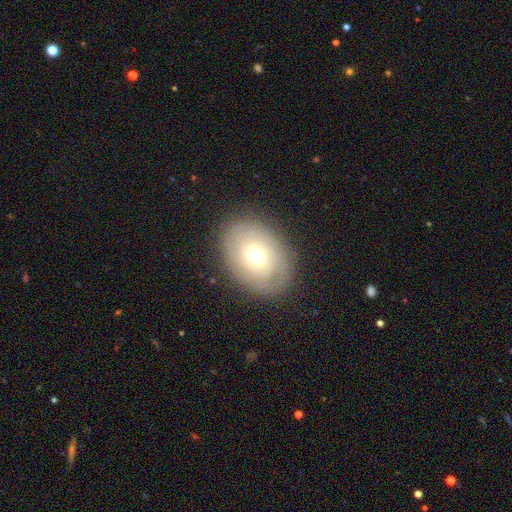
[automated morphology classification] Overall: smooth (56%; featured or disk 34%). How rounded: in between (72%). Merging: none (84%).